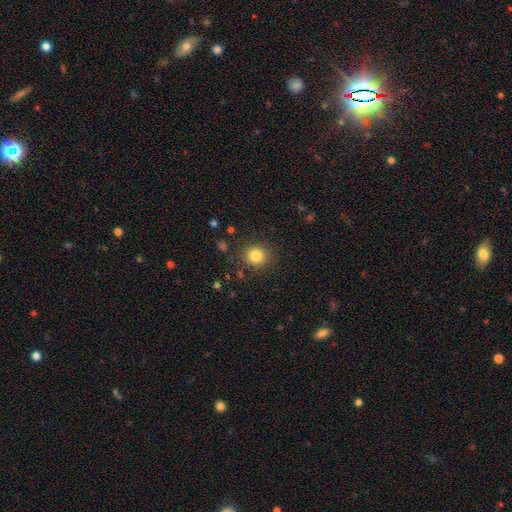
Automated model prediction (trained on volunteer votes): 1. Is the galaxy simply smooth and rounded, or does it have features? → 83% smooth, 11% star or artifact, 6% featured or disk.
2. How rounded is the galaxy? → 90% round, 9% in between, 1% cigar-shaped.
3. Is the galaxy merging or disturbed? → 87% none, 8% minor disturbance, 3% major disturbance, 2% merger.